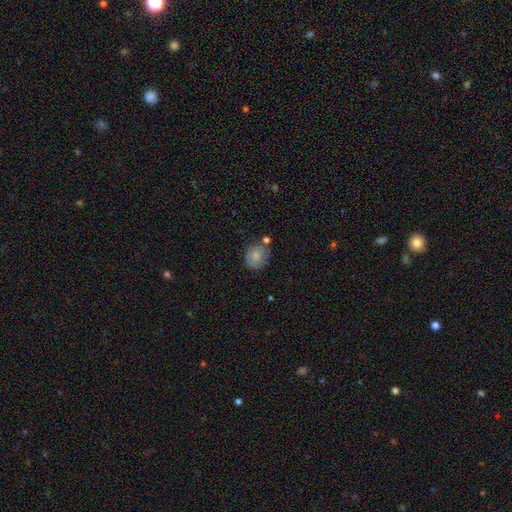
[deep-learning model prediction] The model was most divided on "how rounded": round: 58%, in between: 41%, cigar-shaped: 1%. More confident: smooth or featured — smooth (79%); merging — none (61%).